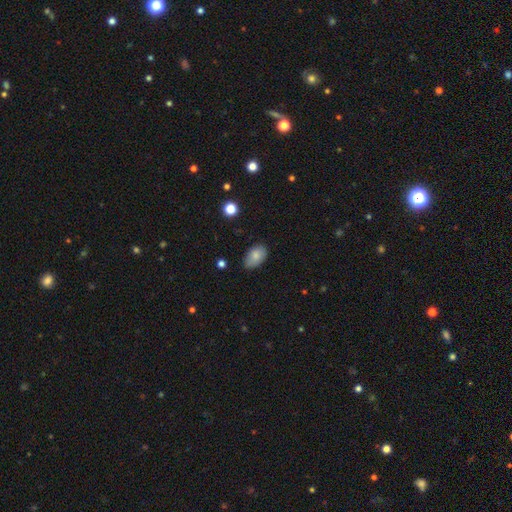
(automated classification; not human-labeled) Smooth or featured? smooth (83%)
How rounded? in between (91%)
Merging? none (76%)